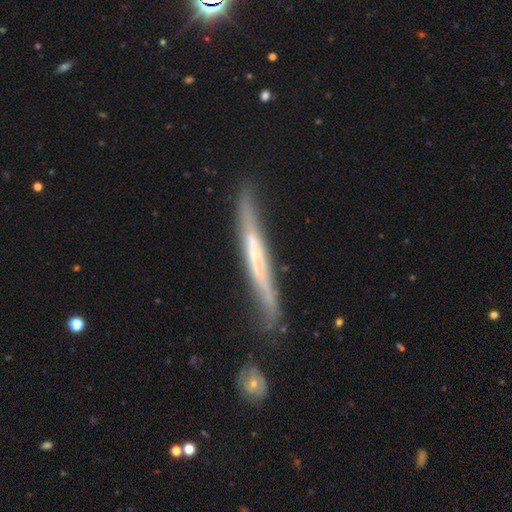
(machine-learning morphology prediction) type=featured or disk (66%); edge-on=yes (87%); edge-on bulge=none (65%); merging=none (70%).